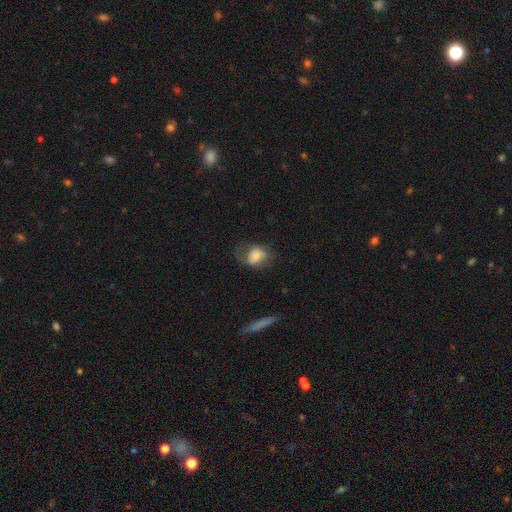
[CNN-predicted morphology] This appears to be a smooth galaxy with no disk features (60%) that is in between round and cigar-shaped (59%). Merging: none (44%).